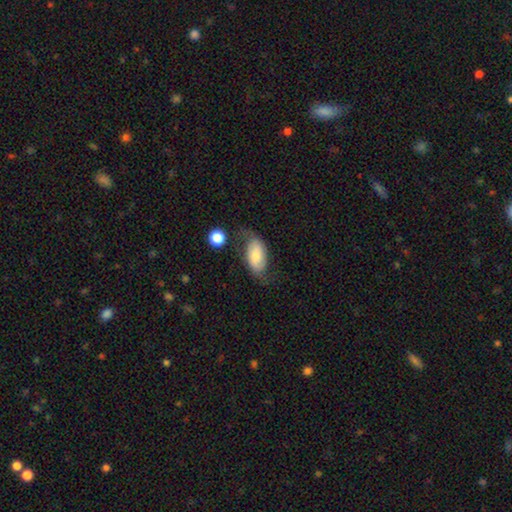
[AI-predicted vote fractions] Smooth or featured? Predicted: smooth (p=0.58). How rounded? Predicted: in between (p=0.92). Merging? Predicted: none (p=0.50).